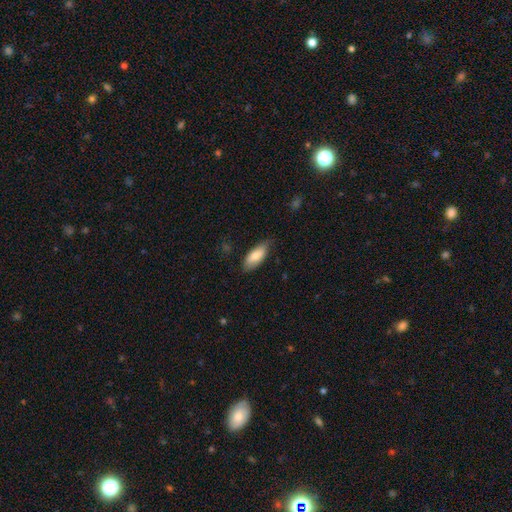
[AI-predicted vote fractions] smooth_or_featured: smooth (p=0.77) [alt: featured or disk p=0.17]
how_rounded: in between (p=0.80) [alt: cigar-shaped p=0.18]
merging: none (p=0.71) [alt: minor disturbance p=0.24]